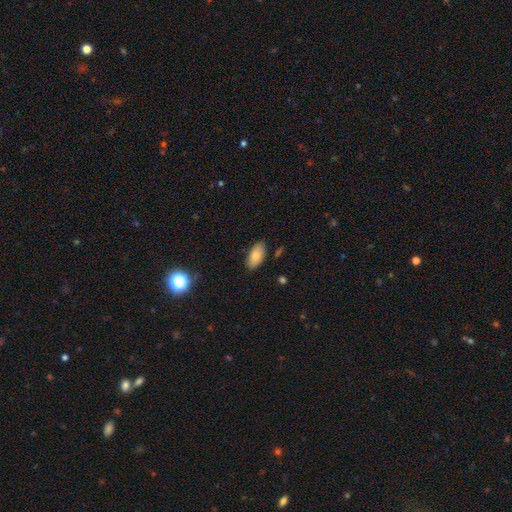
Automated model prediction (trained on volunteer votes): This appears to be a smooth galaxy with no disk features (80%) that is in between round and cigar-shaped (92%). Merging: none (85%).